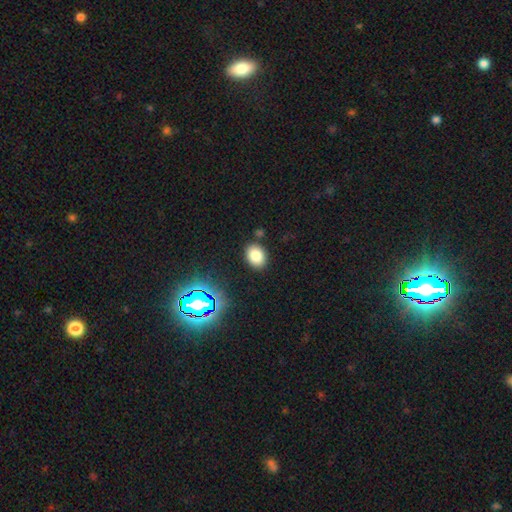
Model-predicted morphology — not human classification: The model was most divided on "how rounded": in between: 71%, round: 28%, cigar-shaped: 1%. More confident: merging — none (85%); smooth or featured — smooth (80%).